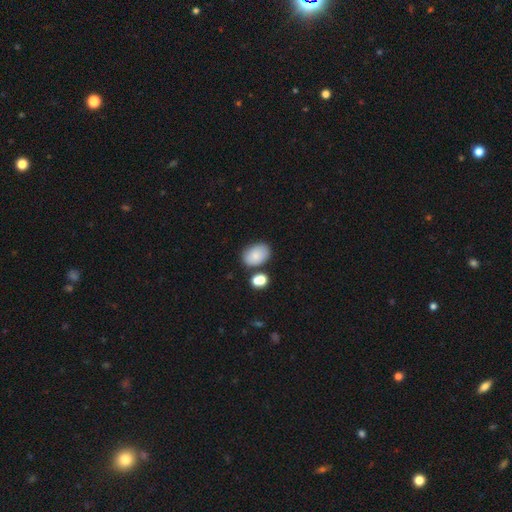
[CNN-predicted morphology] A smooth galaxy with no disk features (82%) that is in between round and cigar-shaped (84%). Merging: none (70%).